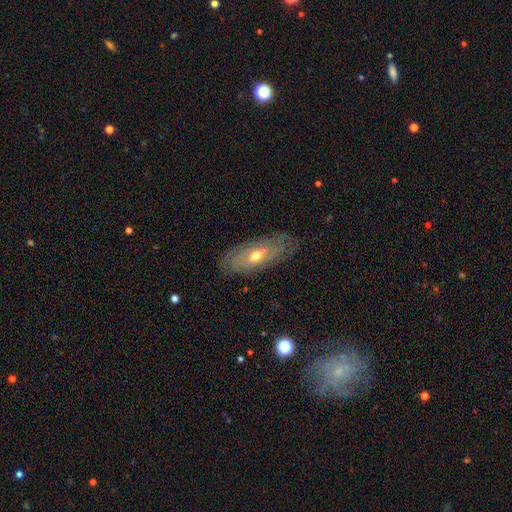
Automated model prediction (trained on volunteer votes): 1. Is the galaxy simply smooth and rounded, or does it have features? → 65% featured or disk, 28% smooth, 7% star or artifact.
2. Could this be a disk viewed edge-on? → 81% no, 19% yes.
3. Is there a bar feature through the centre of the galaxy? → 72% no, 21% weak, 6% strong.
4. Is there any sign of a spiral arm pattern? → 66% yes, 34% no.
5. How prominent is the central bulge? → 64% moderate, 32% small, 3% large, 1% none, 1% dominant.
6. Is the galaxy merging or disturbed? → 77% none, 17% minor disturbance, 5% major disturbance, 1% merger.